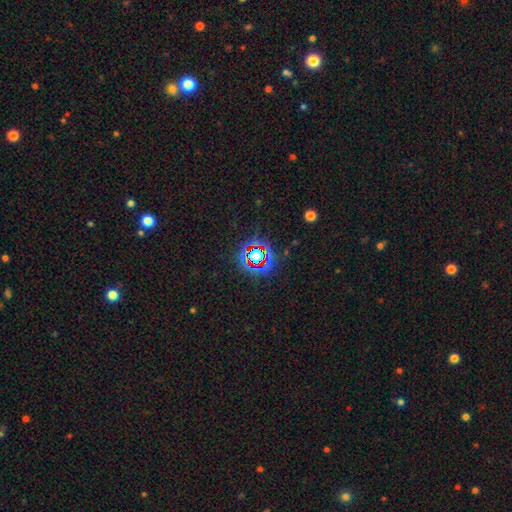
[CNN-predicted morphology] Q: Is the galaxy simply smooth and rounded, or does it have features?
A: star or artifact — 72%.